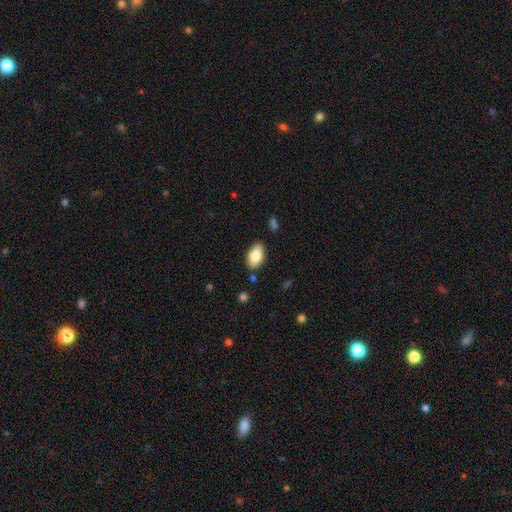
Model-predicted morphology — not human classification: A smooth galaxy with no disk features (82%) that is in between round and cigar-shaped (93%).

Vote fractions:
- Smooth or featured? smooth: 82% / featured or disk: 11% / star or artifact: 7%
- How rounded? in between: 93% / round: 5% / cigar-shaped: 2%
- Merging? none: 84% / minor disturbance: 11% / merger: 3% / major disturbance: 2%